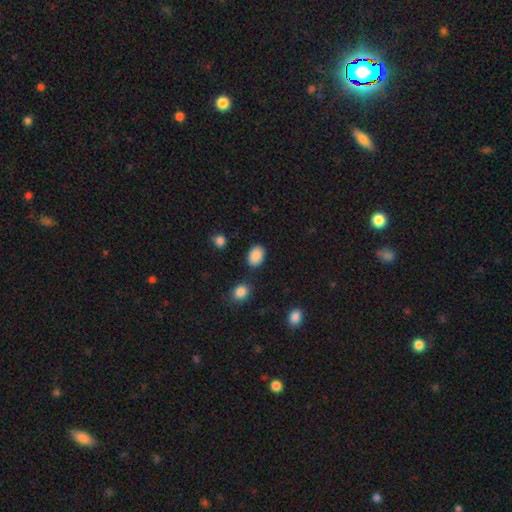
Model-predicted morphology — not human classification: Smooth or featured: smooth — 89% (star or artifact — 8%)
How rounded: in between — 77% (round — 22%)
Merging: none — 81% (minor disturbance — 12%)